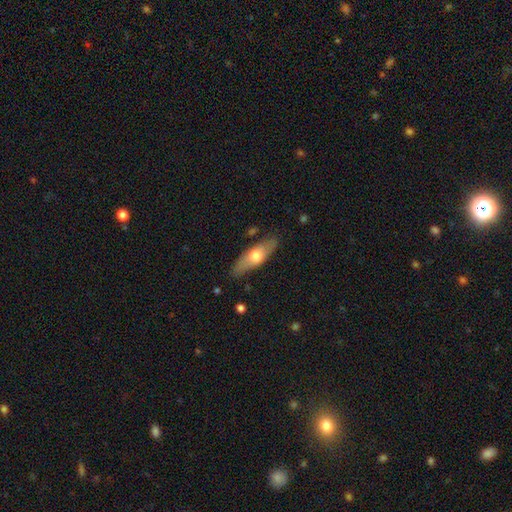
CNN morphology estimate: Smooth or featured?
  - smooth: 55% *
  - featured or disk: 39%
  - star or artifact: 6%
How rounded?
  - in between: 55% *
  - cigar-shaped: 42%
  - round: 3%
Merging?
  - none: 82% *
  - minor disturbance: 13%
  - major disturbance: 3%
  - merger: 2%